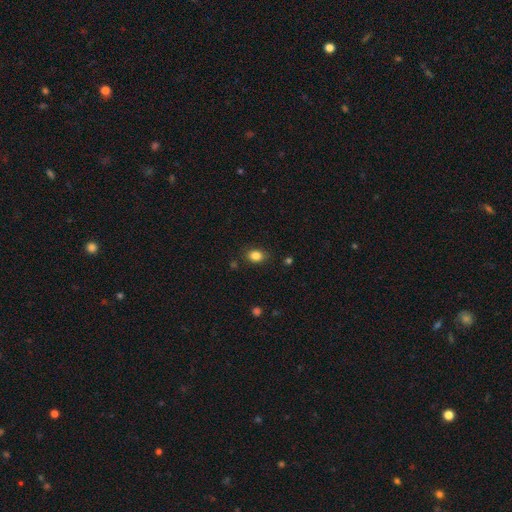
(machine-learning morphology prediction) This appears to be a smooth galaxy with no disk features (84%) that is in between round and cigar-shaped (67%). Merging: none (83%).